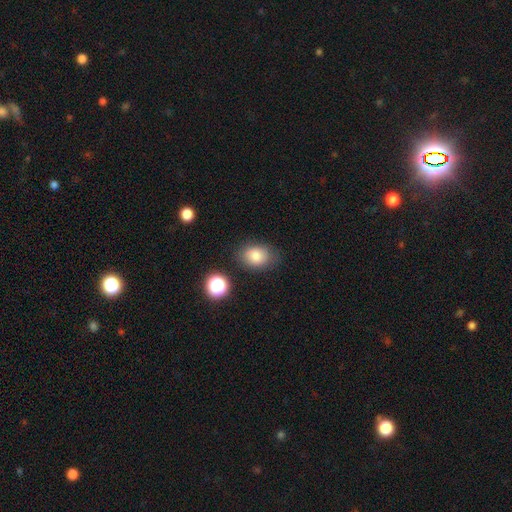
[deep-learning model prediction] This is clearly a smooth galaxy (82%). How rounded: likely in between (64%). Merging: likely none (75%).